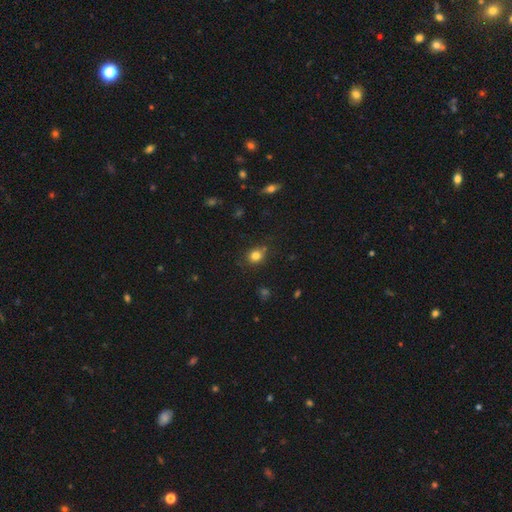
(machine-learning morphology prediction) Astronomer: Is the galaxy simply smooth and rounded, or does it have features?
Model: smooth — 80%.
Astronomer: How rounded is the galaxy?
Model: round — 79%.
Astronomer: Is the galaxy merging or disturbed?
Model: none — 76%.